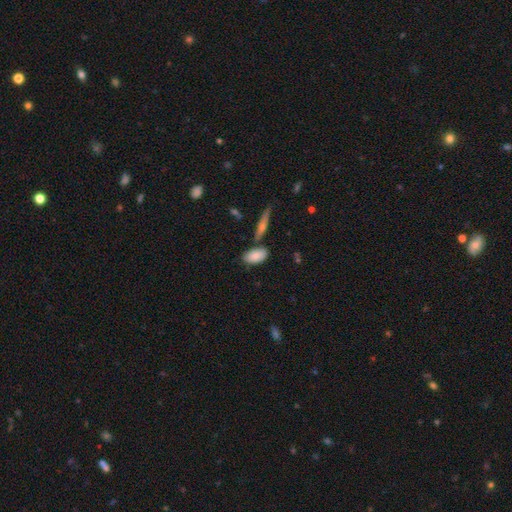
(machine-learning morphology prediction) Smooth or featured?
  - smooth: 82% *
  - featured or disk: 12%
  - star or artifact: 6%
How rounded?
  - in between: 92% *
  - cigar-shaped: 5%
  - round: 3%
Merging?
  - none: 69% *
  - minor disturbance: 15%
  - merger: 12%
  - major disturbance: 4%